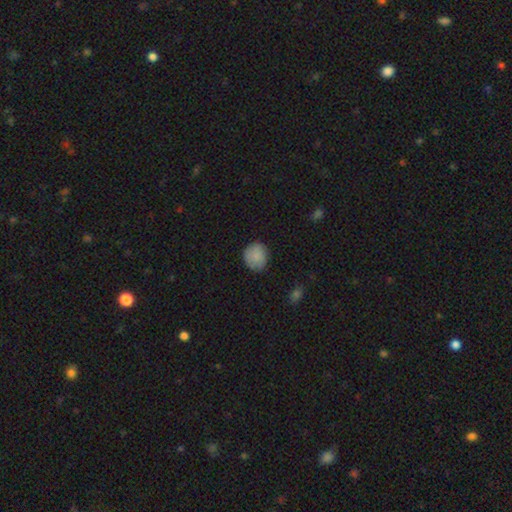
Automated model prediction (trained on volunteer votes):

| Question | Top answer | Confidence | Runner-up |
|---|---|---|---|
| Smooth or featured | smooth | 86% | star or artifact (8%) |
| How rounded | round | 83% | in between (16%) |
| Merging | none | 80% | minor disturbance (16%) |